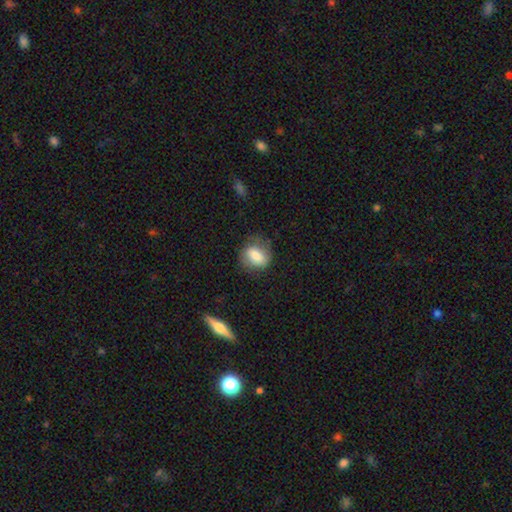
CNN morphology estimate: Smooth or featured: smooth — 74% (featured or disk — 18%)
How rounded: in between — 58% (round — 40%)
Merging: none — 68% (minor disturbance — 21%)